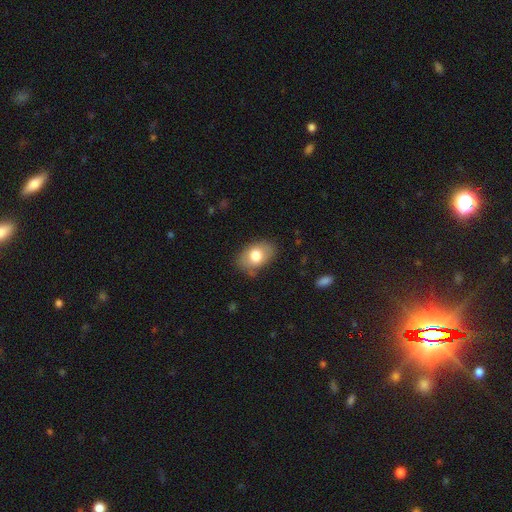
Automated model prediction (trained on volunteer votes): The model was most divided on "merging": none: 74%, minor disturbance: 19%, major disturbance: 5%, merger: 2%. More confident: how rounded — in between (84%); smooth or featured — smooth (74%).